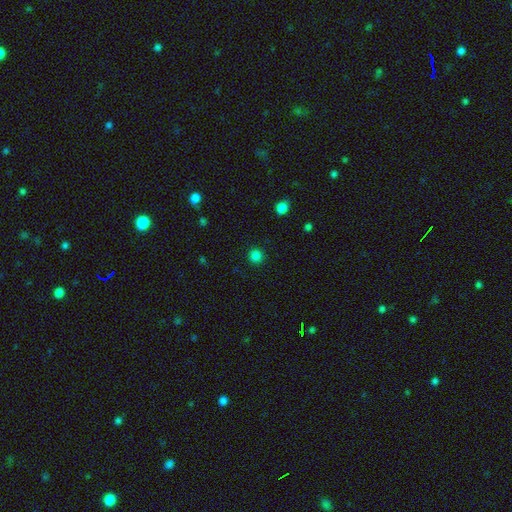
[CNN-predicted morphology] A smooth galaxy with no disk features (83%) that is round (94%). Merging: none (91%).